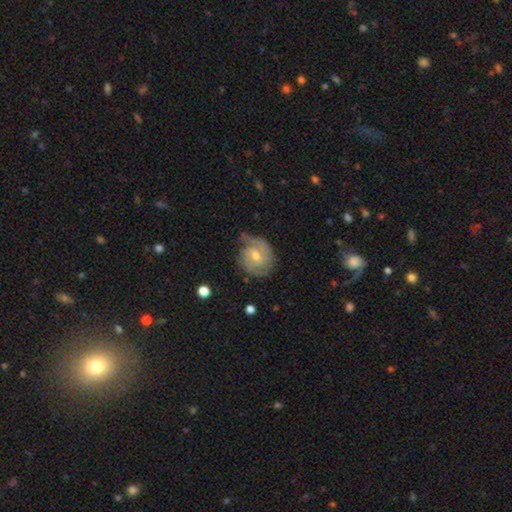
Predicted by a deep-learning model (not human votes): Overall: featured or disk (76%). Edge-on disk: no (97%). Bar: weak (47%; no 44%). Spiral arms: yes (93%). Spiral arm count: 2 (52%; can't tell 21%). Spiral winding: tight (53%; medium 35%). Bulge size: moderate (54%; small 42%). Merging: none (63%; minor disturbance 25%).